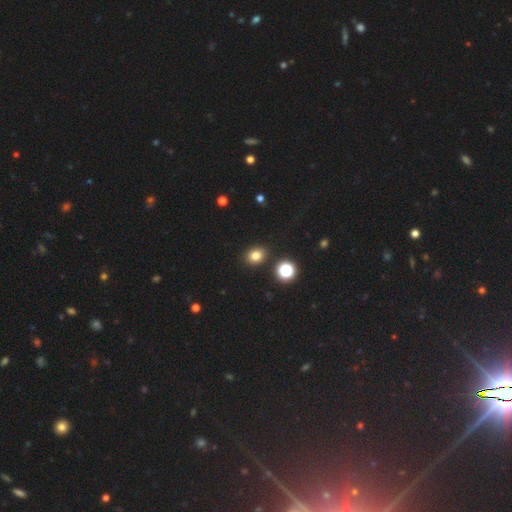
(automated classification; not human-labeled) Smooth or featured? Predicted: smooth (p=0.78). How rounded? Predicted: round (p=0.52). Merging? Predicted: none (p=0.87).